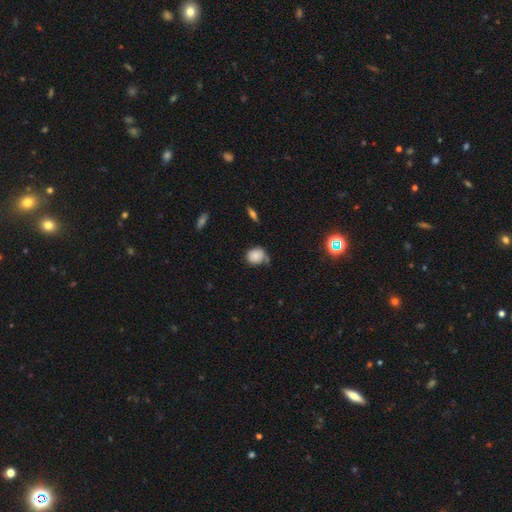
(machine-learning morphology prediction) Overall: smooth (81%). How rounded: round (76%). Merging: none (52%; minor disturbance 32%).